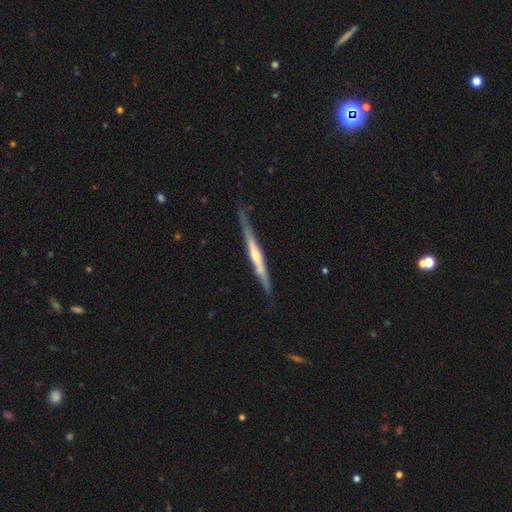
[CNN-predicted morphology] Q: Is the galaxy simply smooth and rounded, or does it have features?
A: featured or disk — 73%.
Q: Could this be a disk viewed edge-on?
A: yes — 96%.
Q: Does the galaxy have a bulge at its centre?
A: rounded — 62%.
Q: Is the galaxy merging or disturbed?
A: none — 81%.